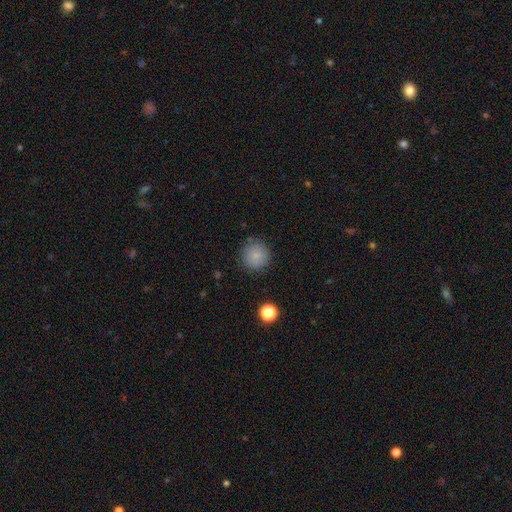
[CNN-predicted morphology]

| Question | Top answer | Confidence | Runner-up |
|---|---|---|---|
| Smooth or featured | smooth | 83% | star or artifact (10%) |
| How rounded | round | 94% | in between (5%) |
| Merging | none | 83% | minor disturbance (11%) |